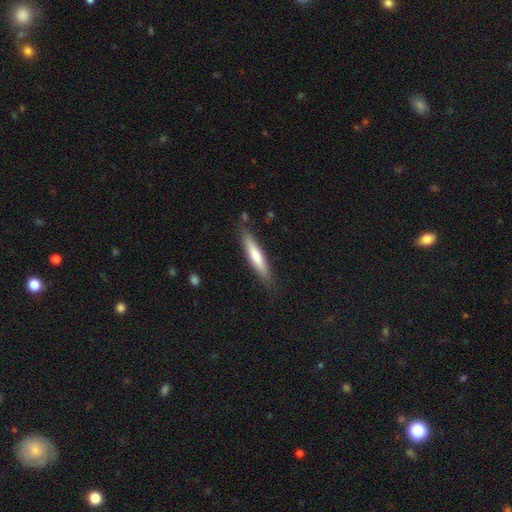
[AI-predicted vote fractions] Smooth or featured? Predicted: smooth (p=0.66). How rounded? Predicted: cigar-shaped (p=0.87). Merging? Predicted: none (p=0.84).